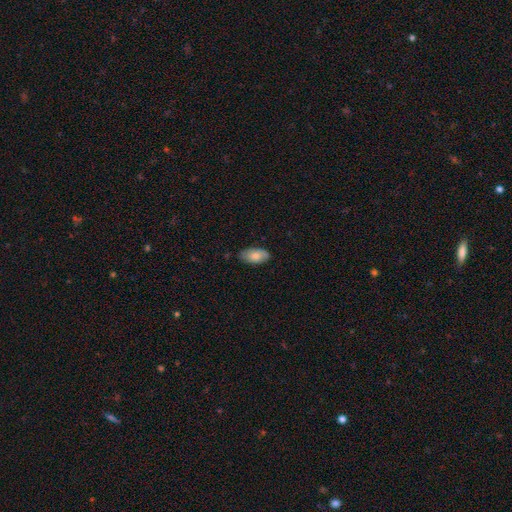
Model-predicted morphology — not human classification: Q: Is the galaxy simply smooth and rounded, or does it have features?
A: smooth — 77%.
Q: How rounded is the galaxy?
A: in between — 94%.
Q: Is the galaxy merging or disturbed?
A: none — 78%.